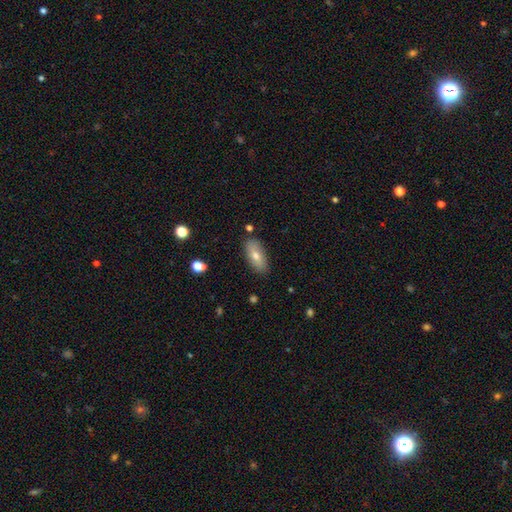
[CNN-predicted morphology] smooth_or_featured: smooth (p=0.68) [alt: featured or disk p=0.23]
how_rounded: in between (p=0.84) [alt: cigar-shaped p=0.13]
merging: none (p=0.86) [alt: minor disturbance p=0.10]